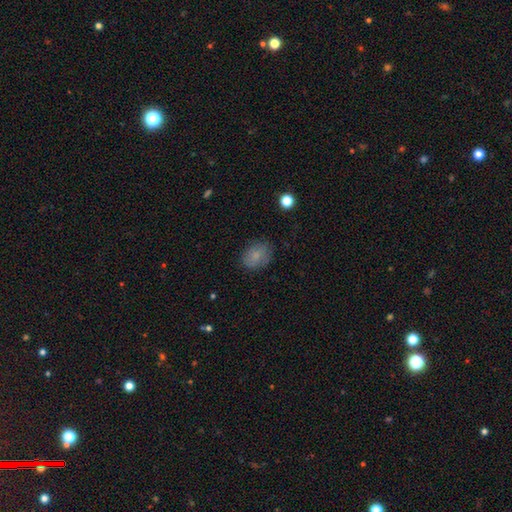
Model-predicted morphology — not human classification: smooth_or_featured: smooth (p=0.81) [alt: featured or disk p=0.10]
how_rounded: in between (p=0.61) [alt: round p=0.38]
merging: none (p=0.78) [alt: minor disturbance p=0.17]